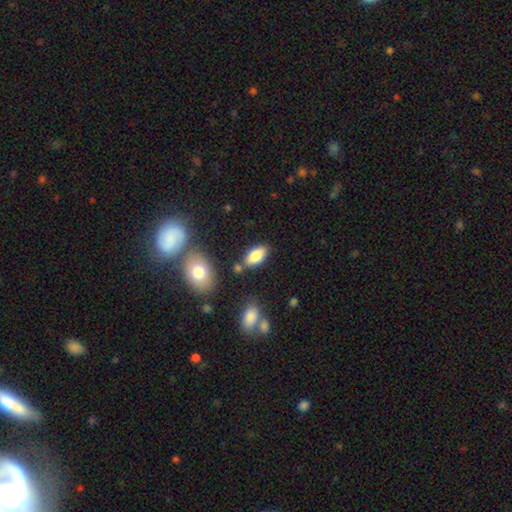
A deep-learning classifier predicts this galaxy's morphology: smooth 81%, featured or disk 11%, star or artifact 8%. Down the decision tree: how rounded — in between (91%); merging — none (78%).